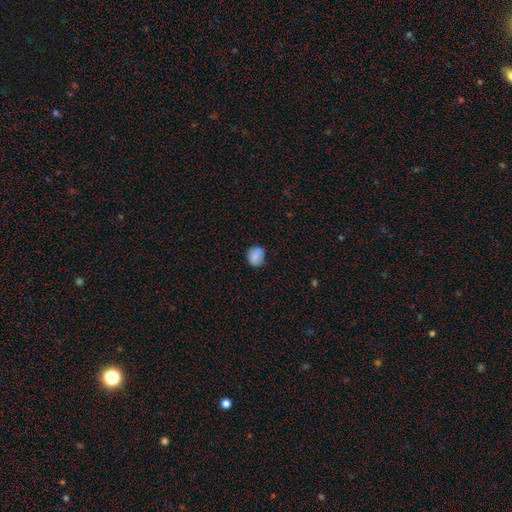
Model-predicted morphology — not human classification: This is clearly a smooth galaxy (84%). How rounded: likely round (62%). Merging: likely none (76%).